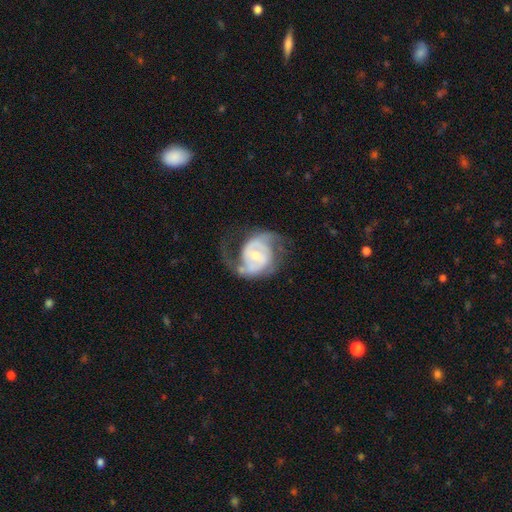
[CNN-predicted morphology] smooth-or-featured: featured or disk: 84% | smooth: 11% | star or artifact: 5%
  disk-edge-on: no: 98% | yes: 2%
    bar: weak: 45% | no: 43% | strong: 12%
    has-spiral-arms: yes: 91% | no: 9%
      spiral-winding: medium: 47% | tight: 28% | loose: 25%
      spiral-arm-count: 2: 75% | can't tell: 11% | 1: 7% | 3: 4% | 4: 2% | more than 4: 2%
    bulge-size: moderate: 47% | small: 45% | large: 4% | none: 3% | dominant: 1%
  merging: none: 51% | major disturbance: 26% | minor disturbance: 19% | merger: 4%